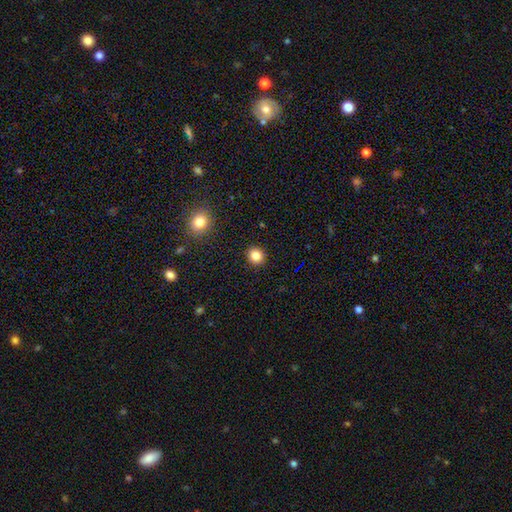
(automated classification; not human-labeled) Smooth or featured? Predicted: smooth (p=0.84). How rounded? Predicted: round (p=0.86). Merging? Predicted: none (p=0.92).